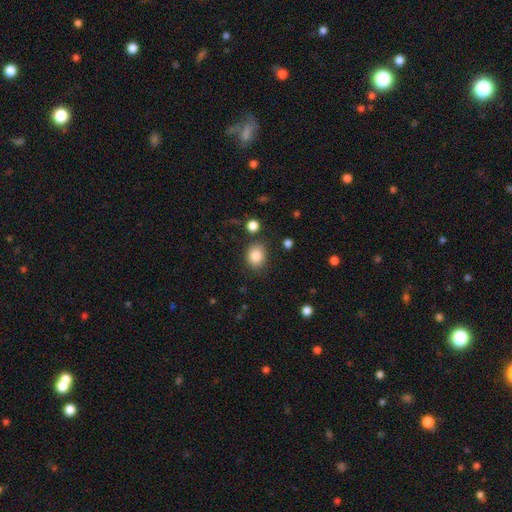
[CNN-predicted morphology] A smooth galaxy with no disk features (85%) that is round (58%).

Vote fractions:
- Smooth or featured? smooth: 85% / star or artifact: 9% / featured or disk: 5%
- How rounded? round: 58% / in between: 41% / cigar-shaped: 1%
- Merging? none: 79% / minor disturbance: 13% / merger: 4% / major disturbance: 4%